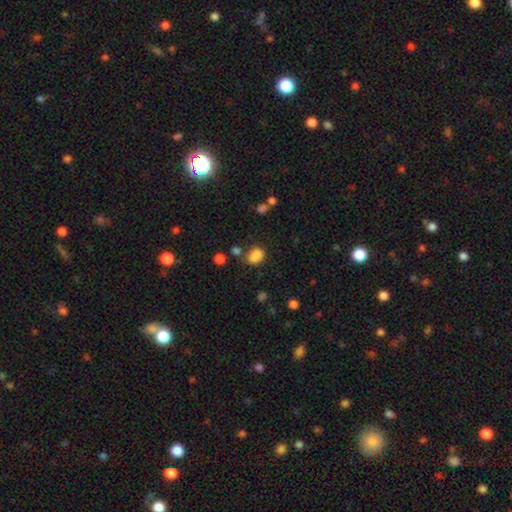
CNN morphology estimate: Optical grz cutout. It shows a smooth galaxy with no disk features (78%) that is in between round and cigar-shaped (64%). Merging: none (47%).